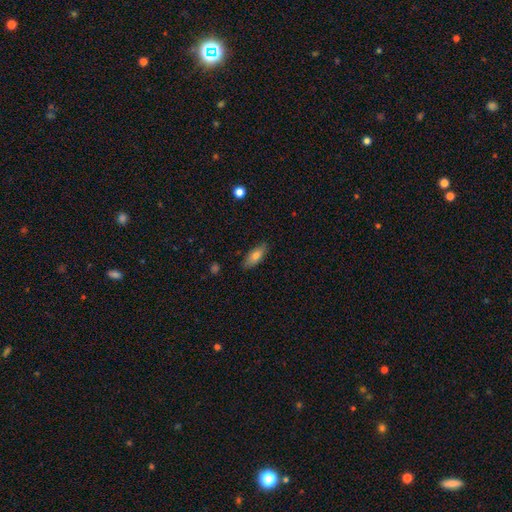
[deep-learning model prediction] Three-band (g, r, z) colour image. It shows a smooth galaxy with no disk features (75%) that is in between round and cigar-shaped (74%). Merging: none (85%).